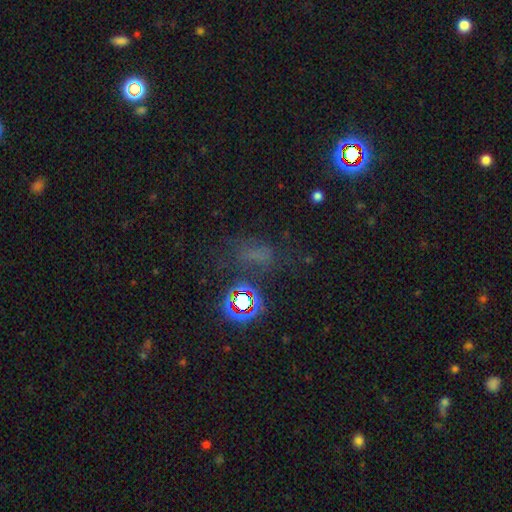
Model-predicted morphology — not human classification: This is possibly a star or artifact rather than a galaxy (50%).